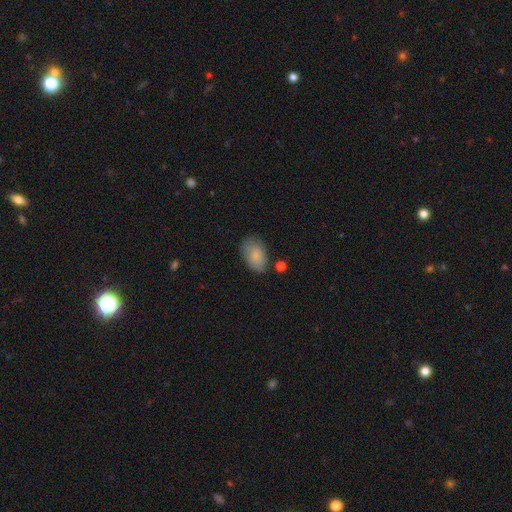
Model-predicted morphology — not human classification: Smooth or featured?
  - smooth: 83% *
  - featured or disk: 10%
  - star or artifact: 7%
How rounded?
  - in between: 90% *
  - round: 8%
  - cigar-shaped: 1%
Merging?
  - none: 67% *
  - minor disturbance: 23%
  - major disturbance: 6%
  - merger: 4%